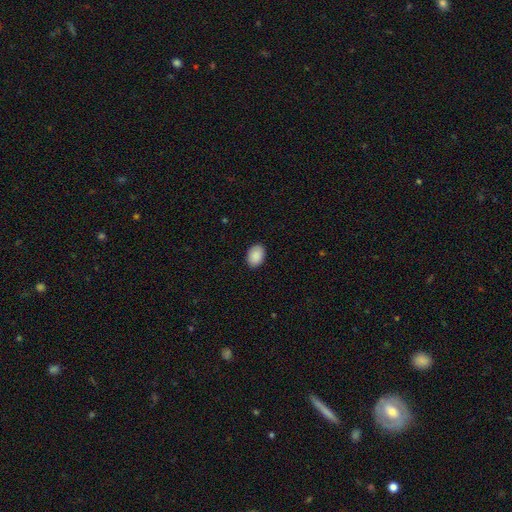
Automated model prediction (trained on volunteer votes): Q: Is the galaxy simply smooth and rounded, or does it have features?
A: smooth — 91%.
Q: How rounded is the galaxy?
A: in between — 83%.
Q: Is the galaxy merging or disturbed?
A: none — 90%.